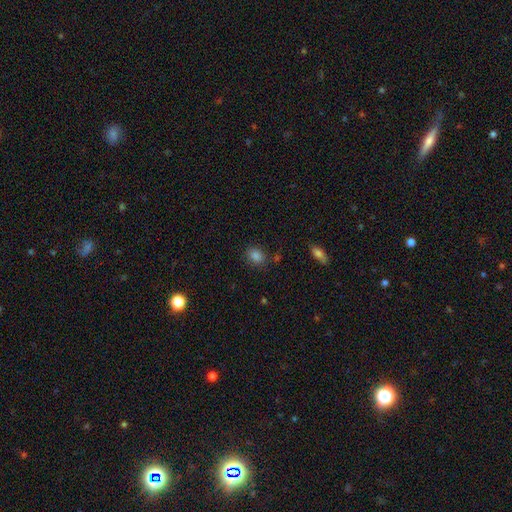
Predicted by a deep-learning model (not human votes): smooth 83%, star or artifact 12%, featured or disk 5%. Down the decision tree: how rounded — in between (59%); merging — none (80%).